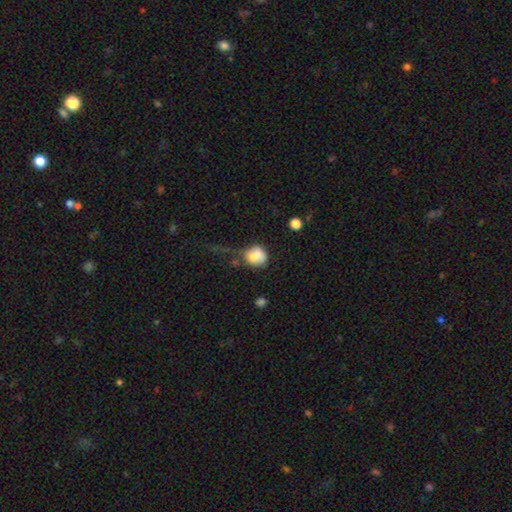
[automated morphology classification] Overall: smooth (78%). How rounded: round (70%). Merging: none (33%; minor disturbance 28%).